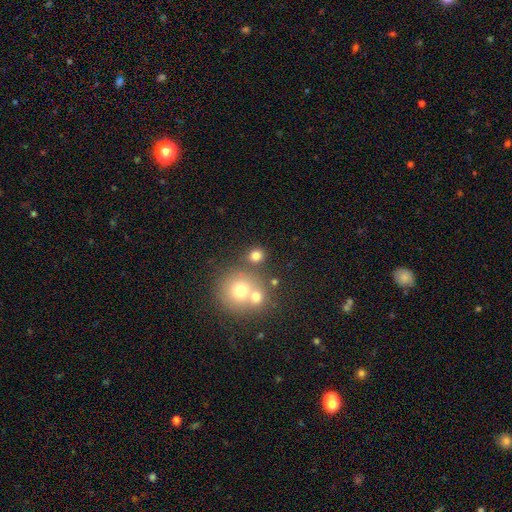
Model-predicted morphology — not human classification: smooth-or-featured: smooth: 76% | star or artifact: 14% | featured or disk: 9%
  how-rounded: round: 83% | in between: 16% | cigar-shaped: 1%
  merging: none: 67% | merger: 21% | minor disturbance: 8% | major disturbance: 4%